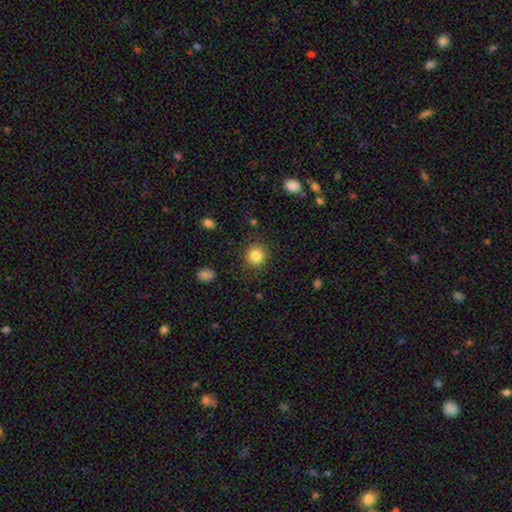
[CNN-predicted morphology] Smooth or featured? smooth (84%)
How rounded? round (91%)
Merging? none (89%)